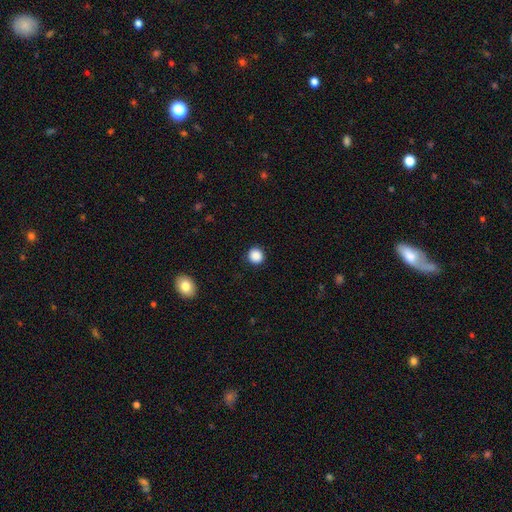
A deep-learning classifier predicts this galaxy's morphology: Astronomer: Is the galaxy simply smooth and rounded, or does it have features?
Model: smooth — 88%.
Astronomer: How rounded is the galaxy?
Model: round — 92%.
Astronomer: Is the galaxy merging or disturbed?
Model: none — 91%.